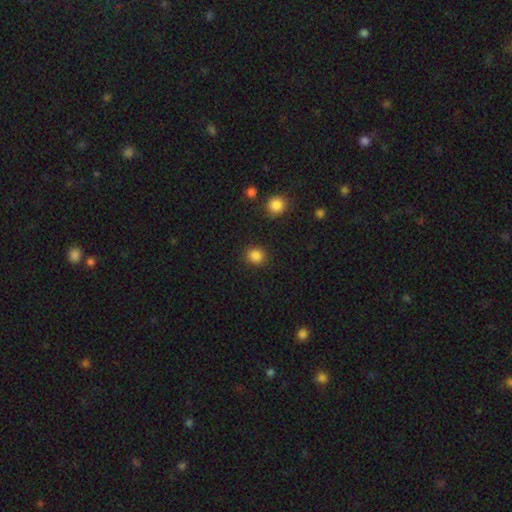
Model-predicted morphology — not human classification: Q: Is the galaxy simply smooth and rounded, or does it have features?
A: smooth — 86%.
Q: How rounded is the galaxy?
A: round — 83%.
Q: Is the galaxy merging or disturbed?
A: none — 89%.